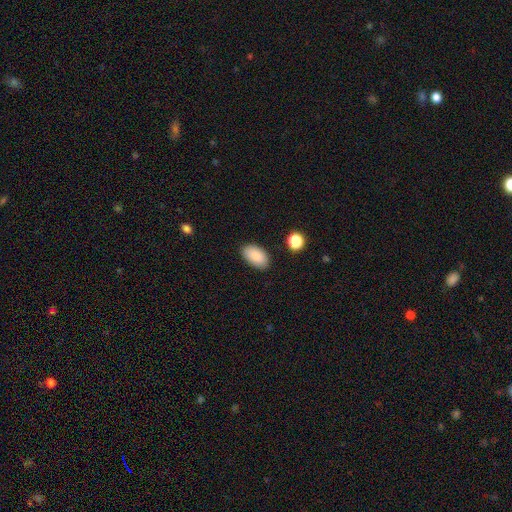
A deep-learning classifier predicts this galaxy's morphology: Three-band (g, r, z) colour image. It shows a smooth galaxy with no disk features (87%) that is in between round and cigar-shaped (94%). Merging: none (86%).